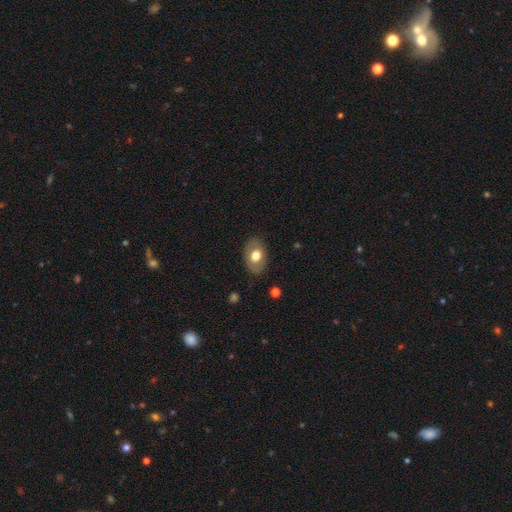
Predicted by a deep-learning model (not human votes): Smooth or featured?
  - smooth: 63% *
  - featured or disk: 30%
  - star or artifact: 7%
How rounded?
  - in between: 83% *
  - round: 16%
  - cigar-shaped: 1%
Merging?
  - none: 82% *
  - minor disturbance: 14%
  - major disturbance: 4%
  - merger: 1%